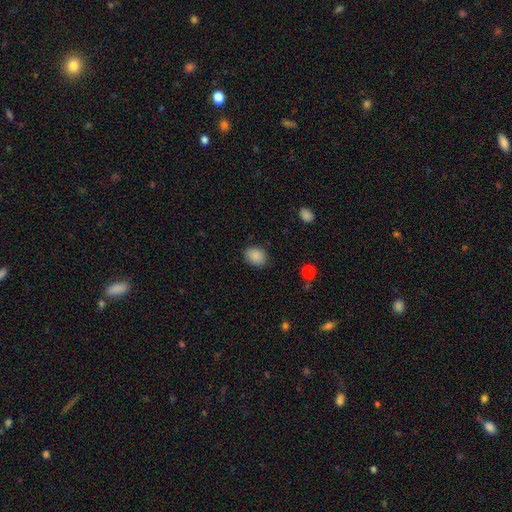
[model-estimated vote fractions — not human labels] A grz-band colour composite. It shows a smooth galaxy with no disk features (88%) that is in between round and cigar-shaped (57%). Merging: none (85%).